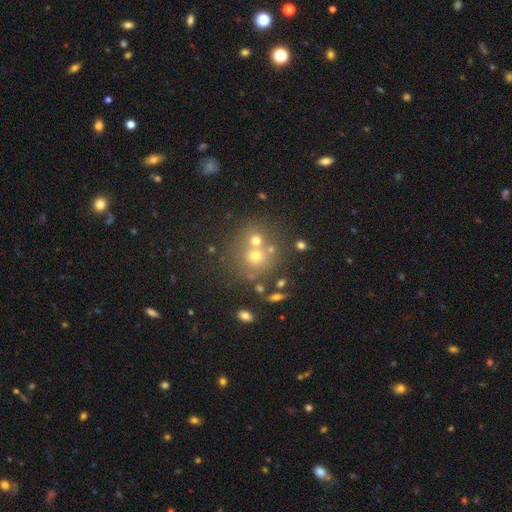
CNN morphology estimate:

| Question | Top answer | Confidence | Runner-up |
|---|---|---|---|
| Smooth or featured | smooth | 57% | star or artifact (22%) |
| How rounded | round | 84% | in between (15%) |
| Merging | none | 51% | merger (35%) |